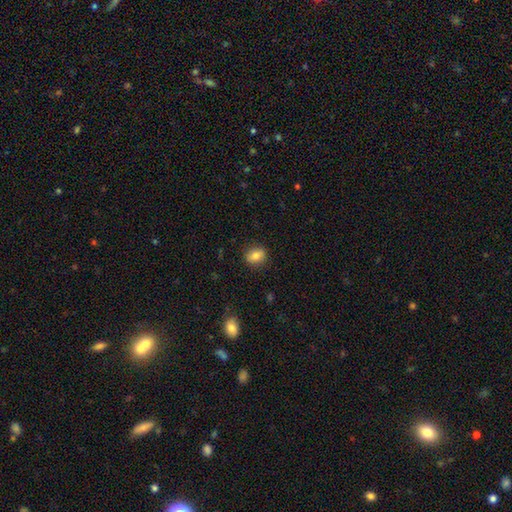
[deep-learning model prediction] This is likely a smooth galaxy (79%). How rounded: possibly round (58%). Merging: clearly none (87%).